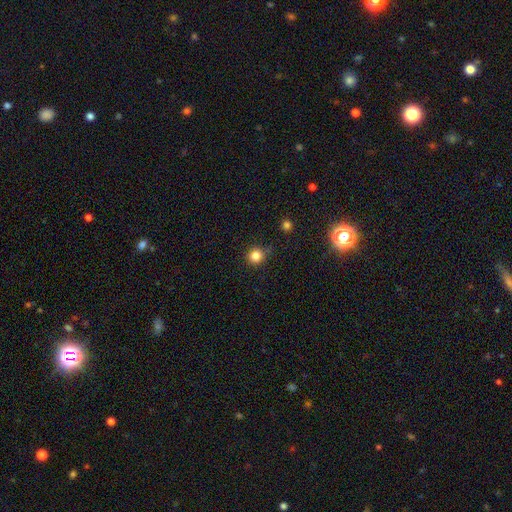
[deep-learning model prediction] Smooth or featured? smooth (83%)
How rounded? round (93%)
Merging? none (78%)